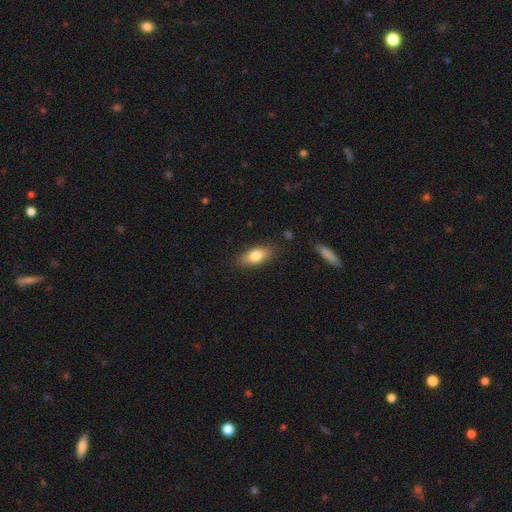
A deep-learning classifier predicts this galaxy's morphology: smooth_or_featured: smooth (p=0.78) [alt: featured or disk p=0.15]
how_rounded: in between (p=0.81) [alt: cigar-shaped p=0.15]
merging: none (p=0.84) [alt: minor disturbance p=0.12]